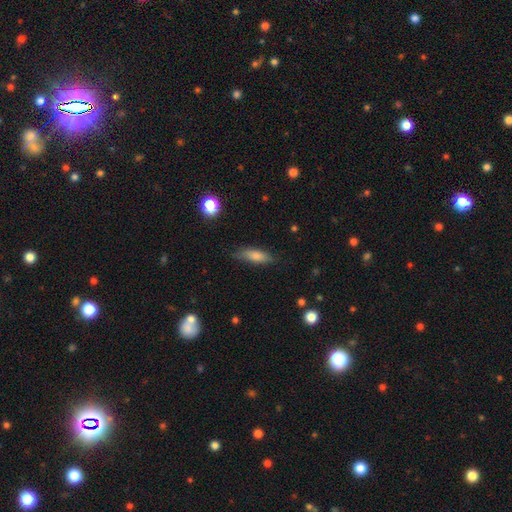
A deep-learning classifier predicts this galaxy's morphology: Smooth or featured? Predicted: smooth (p=0.74). How rounded? Predicted: in between (p=0.50). Merging? Predicted: none (p=0.78).